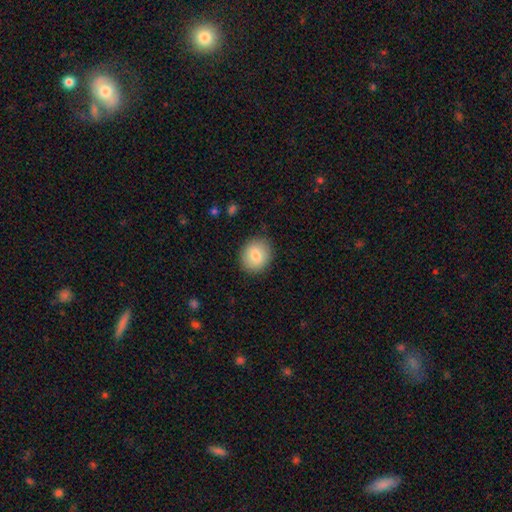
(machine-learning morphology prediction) type=smooth (83%); roundness=round (76%); merging=none (87%).